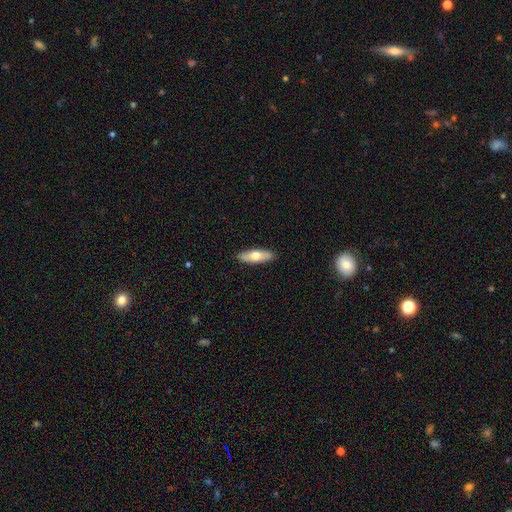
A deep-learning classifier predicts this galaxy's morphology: This is likely a smooth galaxy (63%). How rounded: possibly in between (54%). Merging: clearly none (90%).